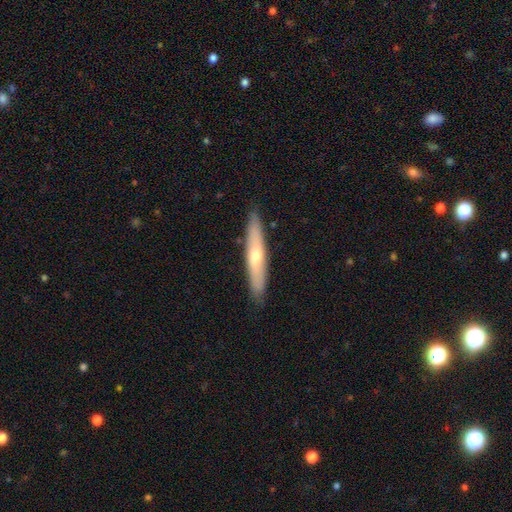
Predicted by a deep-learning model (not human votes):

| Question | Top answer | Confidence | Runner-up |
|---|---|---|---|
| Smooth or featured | smooth | 48% | featured or disk (46%) |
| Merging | none | 88% | minor disturbance (9%) |